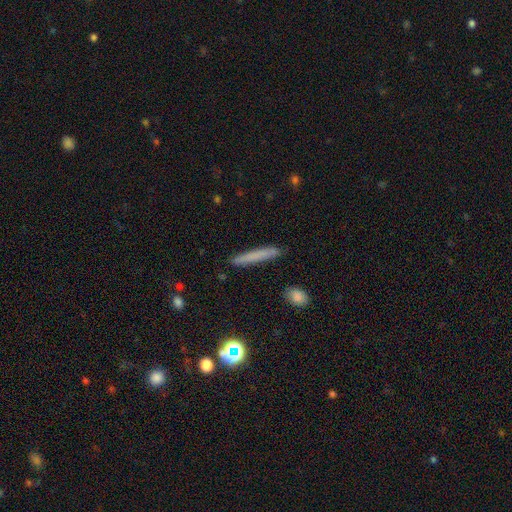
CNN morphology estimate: A smooth galaxy with no disk features (71%) that is cigar-shaped (95%). Merging: none (89%).